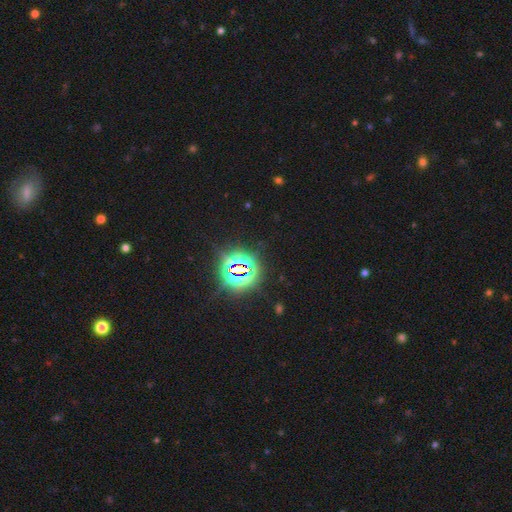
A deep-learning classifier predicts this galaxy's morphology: Smooth or featured? star or artifact (84%)